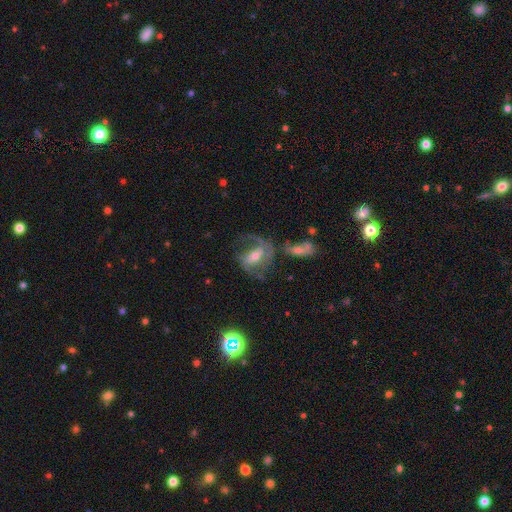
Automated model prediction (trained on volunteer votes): Smooth or featured: featured or disk — 78% (smooth — 15%)
Edge-on disk: no — 96% (yes — 4%)
Bar: weak — 44% (strong — 30%)
Spiral arms: yes — 88% (no — 12%)
Spiral winding: medium — 46% (loose — 37%)
Spiral arm count: 2 — 64% (1 — 21%)
Bulge size: moderate — 58% (small — 35%)
Merging: none — 43% (major disturbance — 26%)